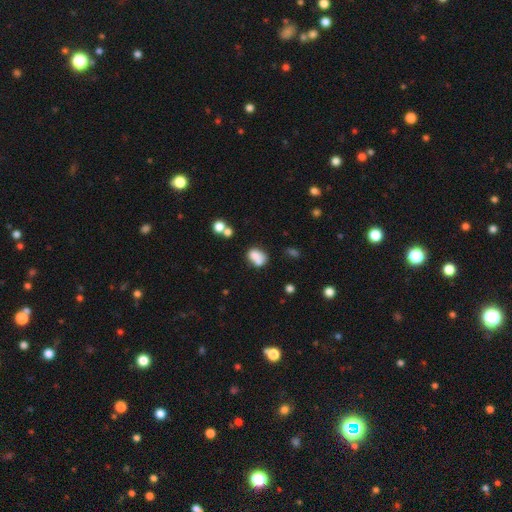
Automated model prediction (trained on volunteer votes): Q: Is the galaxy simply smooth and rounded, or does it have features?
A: smooth — 75%.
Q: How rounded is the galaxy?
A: in between — 72%.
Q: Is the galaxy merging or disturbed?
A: none — 38%.